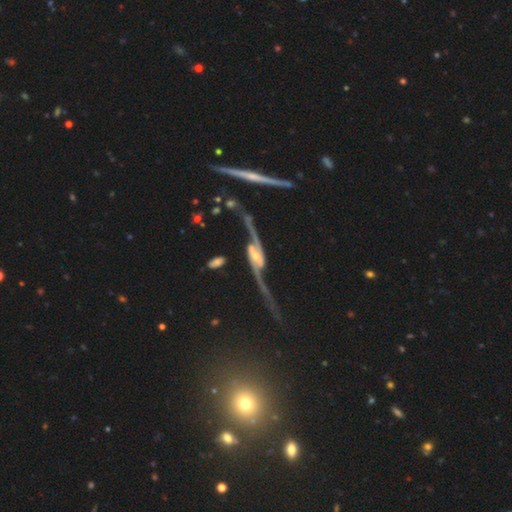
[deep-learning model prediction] Q: Smooth or featured?
A: featured or disk (92%); runner-up: star or artifact (4%)
Q: Edge-on disk?
A: no (87%); runner-up: yes (13%)
Q: Bar?
A: strong (37%); runner-up: weak (36%)
Q: Spiral arms?
A: yes (96%); runner-up: no (4%)
Q: Spiral winding?
A: loose (90%); runner-up: medium (7%)
Q: Spiral arm count?
A: 2 (94%); runner-up: 1 (1%)
Q: Bulge size?
A: small (50%); runner-up: moderate (35%)
Q: Merging?
A: none (53%); runner-up: major disturbance (22%)